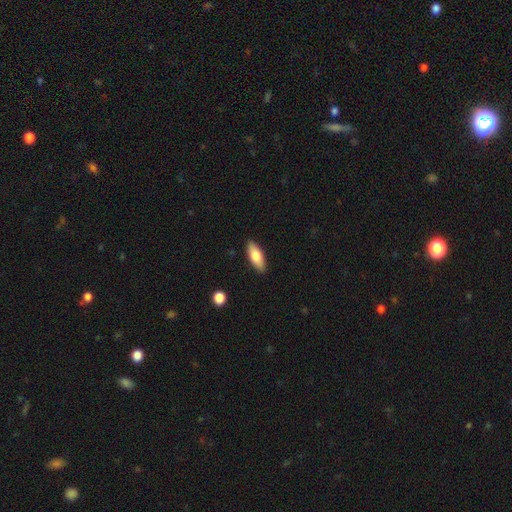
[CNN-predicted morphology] smooth_or_featured: smooth (p=0.75) [alt: featured or disk p=0.19]
how_rounded: in between (p=0.73) [alt: cigar-shaped p=0.25]
merging: none (p=0.89) [alt: minor disturbance p=0.08]